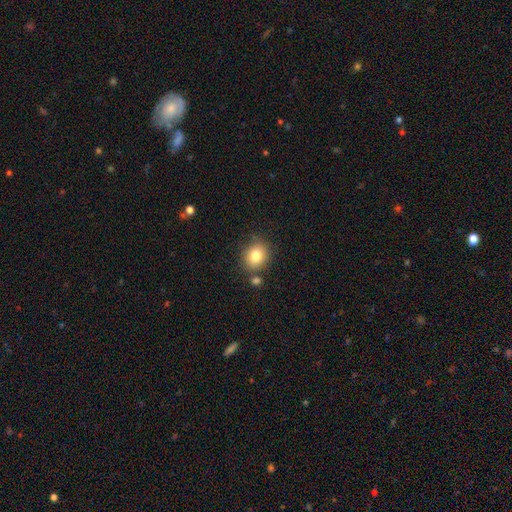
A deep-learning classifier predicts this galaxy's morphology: Smooth or featured? Predicted: smooth (p=0.81). How rounded? Predicted: round (p=0.74). Merging? Predicted: none (p=0.75).